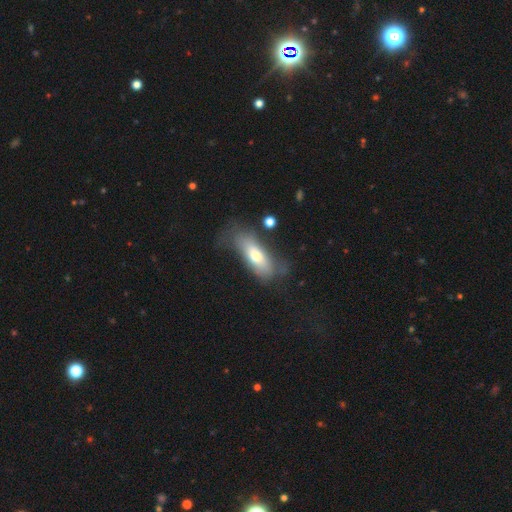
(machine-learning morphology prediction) A smooth galaxy with no disk features (62%) that is in between round and cigar-shaped (64%). Merging: none (49%).